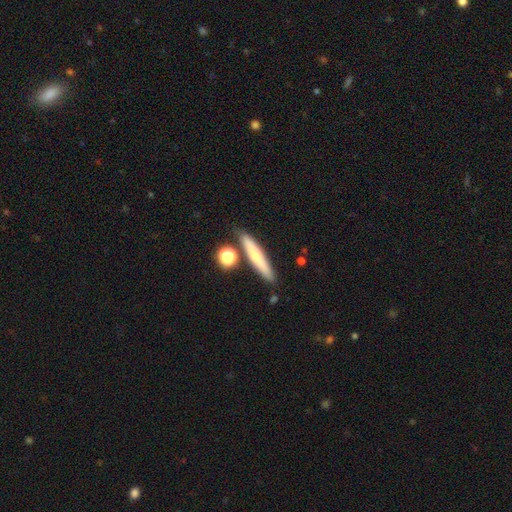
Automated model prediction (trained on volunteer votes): smooth 61%, featured or disk 32%, star or artifact 7%. Down the decision tree: how rounded — cigar-shaped (88%); merging — none (80%).